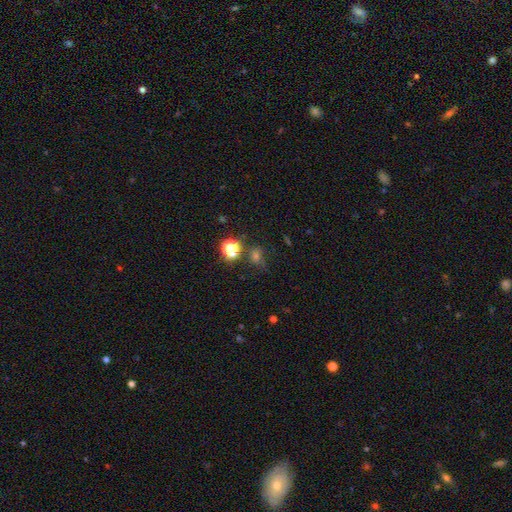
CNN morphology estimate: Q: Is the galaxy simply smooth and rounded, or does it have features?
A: smooth — 50%.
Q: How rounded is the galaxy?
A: round — 65%.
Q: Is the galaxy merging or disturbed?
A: none — 63%.